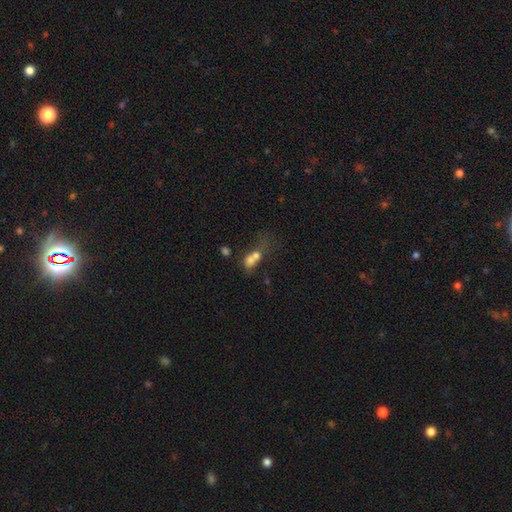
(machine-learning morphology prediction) smooth 60%, featured or disk 23%, star or artifact 17%. Down the decision tree: how rounded — in between (54%); merging — merger (61%).